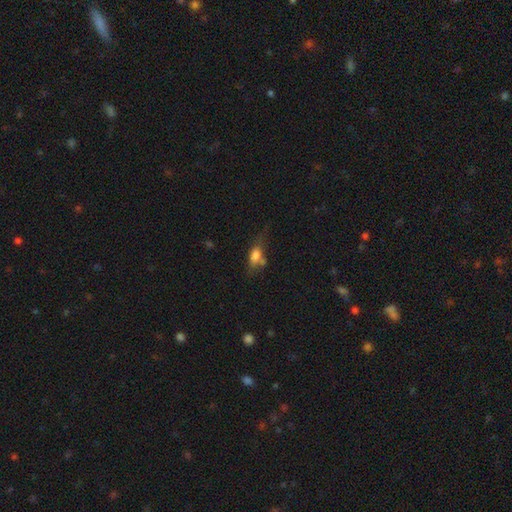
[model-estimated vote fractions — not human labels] smooth_or_featured: smooth (p=0.71) [alt: featured or disk p=0.18]
how_rounded: in between (p=0.78) [alt: cigar-shaped p=0.12]
merging: none (p=0.38) [alt: minor disturbance p=0.28]